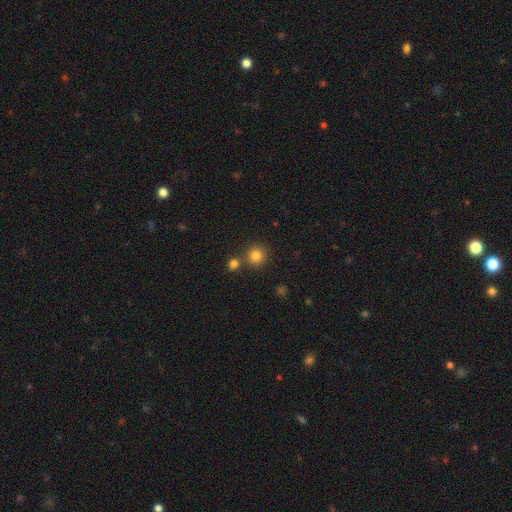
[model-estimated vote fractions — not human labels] smooth 82%, star or artifact 12%, featured or disk 5%. Down the decision tree: how rounded — round (92%); merging — none (77%).